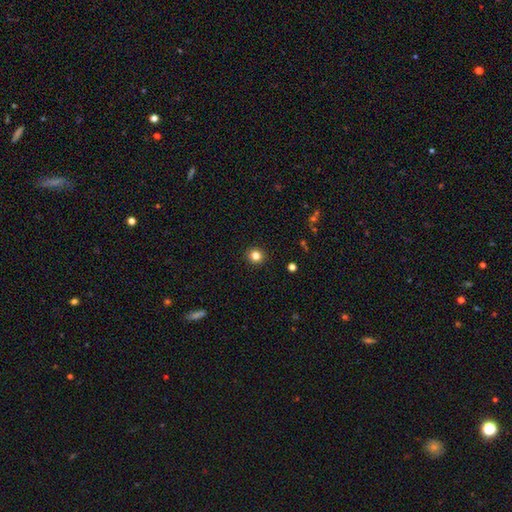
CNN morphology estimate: Smooth or featured? smooth (82%)
How rounded? round (91%)
Merging? none (93%)